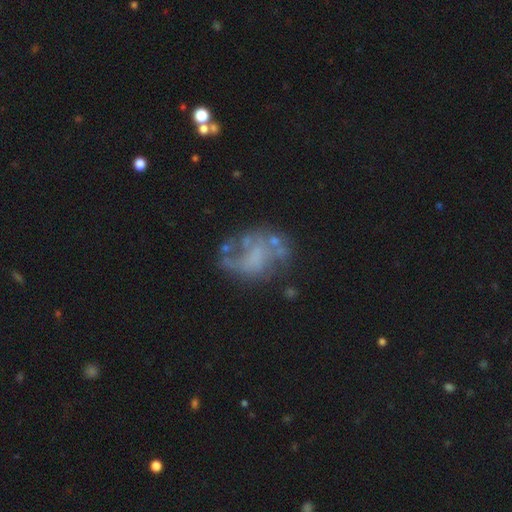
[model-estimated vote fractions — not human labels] Smooth or featured? featured or disk (68%)
Edge-on disk? no (98%)
Bar? no (72%)
Spiral arms? yes (56%)
Bulge size? none (70%)
Merging? none (51%)